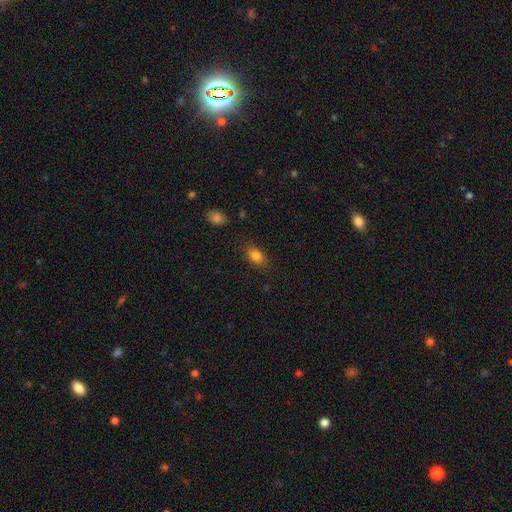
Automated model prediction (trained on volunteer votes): Overall: smooth (83%). How rounded: in between (83%). Merging: none (81%).